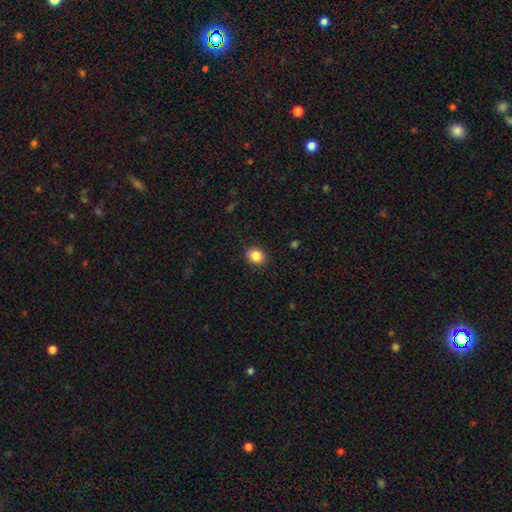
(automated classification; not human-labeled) smooth_or_featured: smooth (p=0.85) [alt: star or artifact p=0.09]
how_rounded: round (p=0.57) [alt: in between p=0.43]
merging: none (p=0.88) [alt: minor disturbance p=0.09]